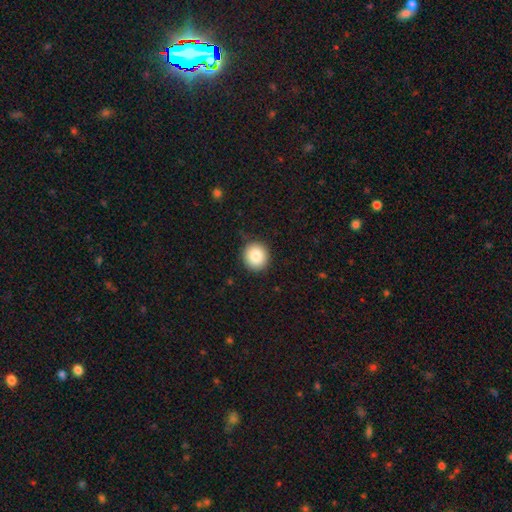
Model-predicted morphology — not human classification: The model was most divided on "smooth or featured": smooth: 86%, star or artifact: 9%, featured or disk: 6%. More confident: how rounded — round (90%); merging — none (89%).